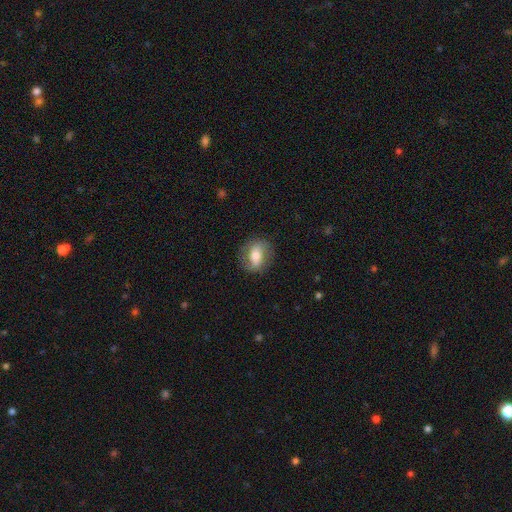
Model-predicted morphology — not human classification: type=smooth (51%); roundness=in between (58%); merging=none (80%).